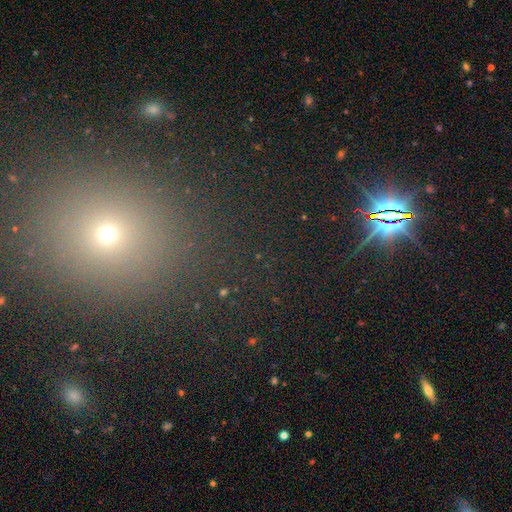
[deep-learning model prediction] This appears to be a star or artifact, not a galaxy (50%).